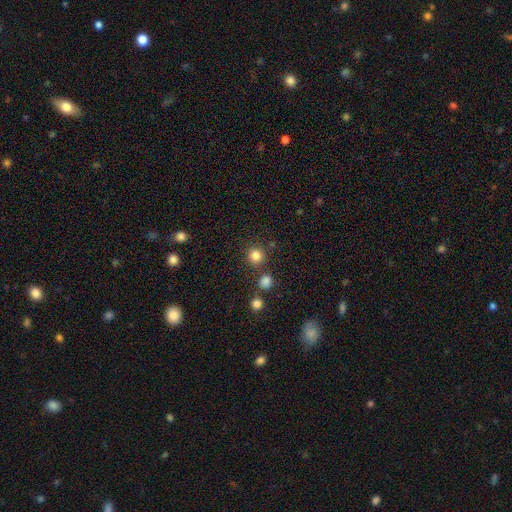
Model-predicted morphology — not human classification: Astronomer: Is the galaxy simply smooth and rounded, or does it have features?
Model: smooth — 83%.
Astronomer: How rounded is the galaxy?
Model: round — 94%.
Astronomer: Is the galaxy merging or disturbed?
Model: none — 83%.